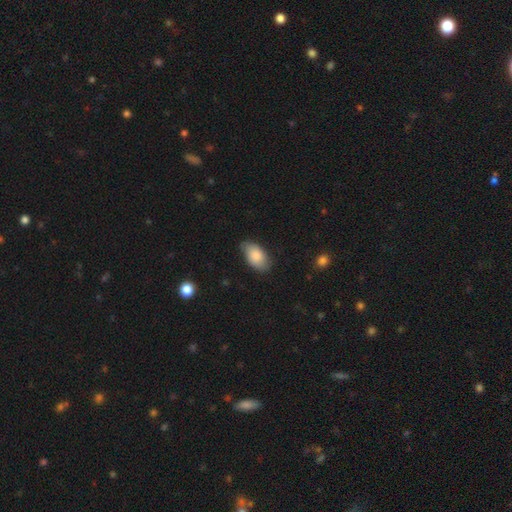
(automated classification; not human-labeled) Smooth or featured?
  - smooth: 83% *
  - featured or disk: 11%
  - star or artifact: 6%
How rounded?
  - in between: 94% *
  - round: 4%
  - cigar-shaped: 2%
Merging?
  - none: 73% *
  - minor disturbance: 22%
  - major disturbance: 4%
  - merger: 1%